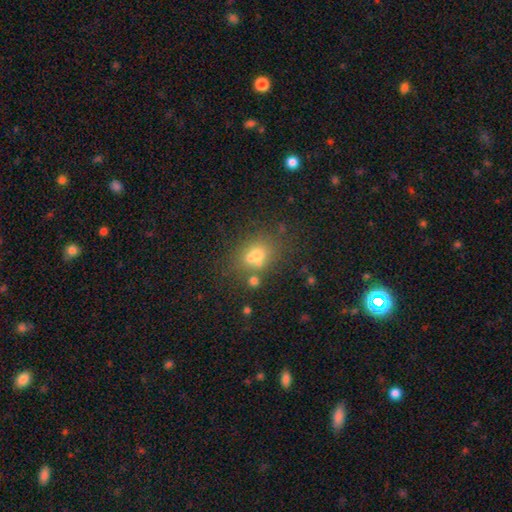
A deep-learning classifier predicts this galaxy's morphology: A smooth galaxy with no disk features (63%) that is round (59%). Merging: none (50%).